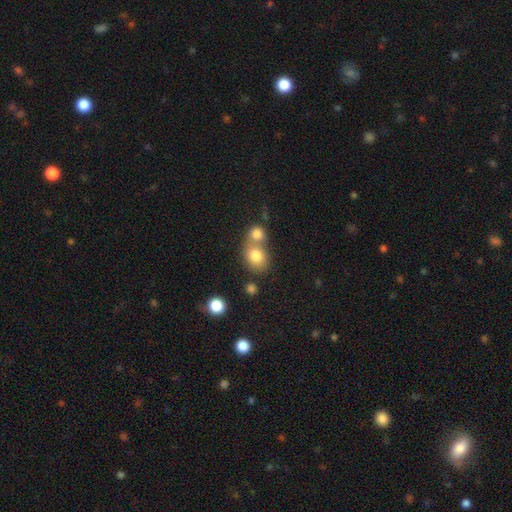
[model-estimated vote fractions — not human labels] Overall: smooth (79%). How rounded: round (60%; in between 39%). Merging: merger (50%; none 39%).